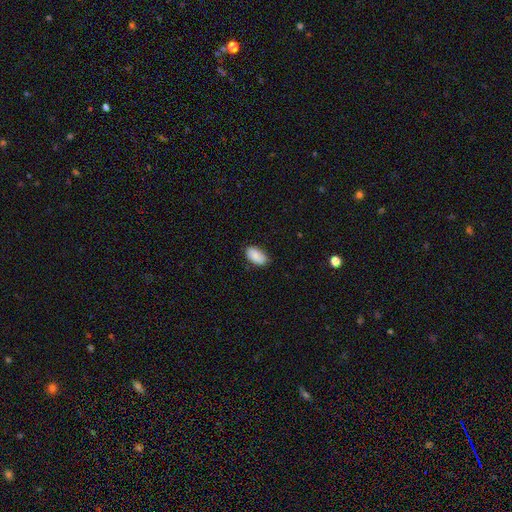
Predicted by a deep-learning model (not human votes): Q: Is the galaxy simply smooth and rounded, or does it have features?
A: smooth — 85%.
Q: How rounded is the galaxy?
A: in between — 94%.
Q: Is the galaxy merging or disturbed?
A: none — 82%.